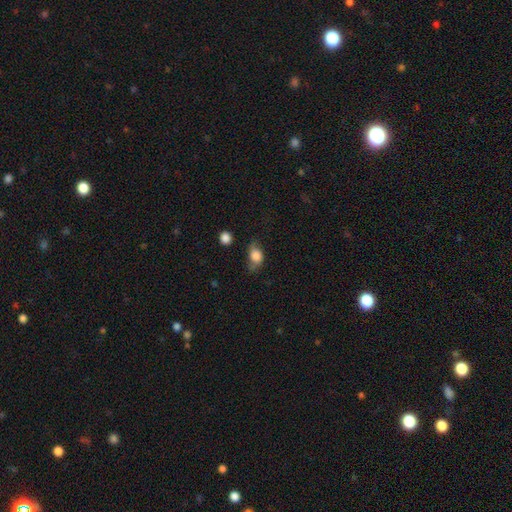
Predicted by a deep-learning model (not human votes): Morphology: type=smooth (76%); roundness=in between (71%); merging=none (49%).